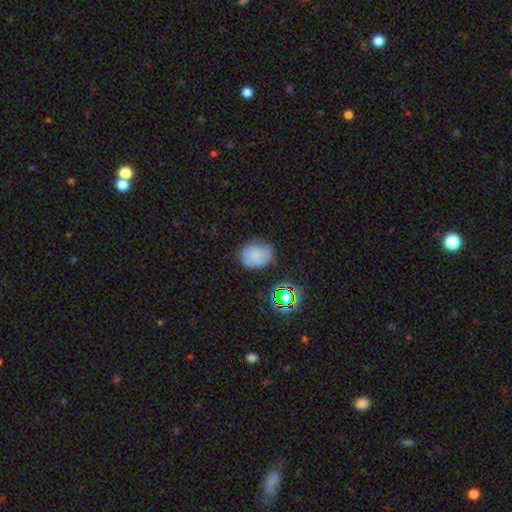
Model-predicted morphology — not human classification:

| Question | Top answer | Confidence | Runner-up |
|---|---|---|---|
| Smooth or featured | smooth | 71% | star or artifact (15%) |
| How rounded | in between | 50% | round (49%) |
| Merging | none | 68% | minor disturbance (23%) |